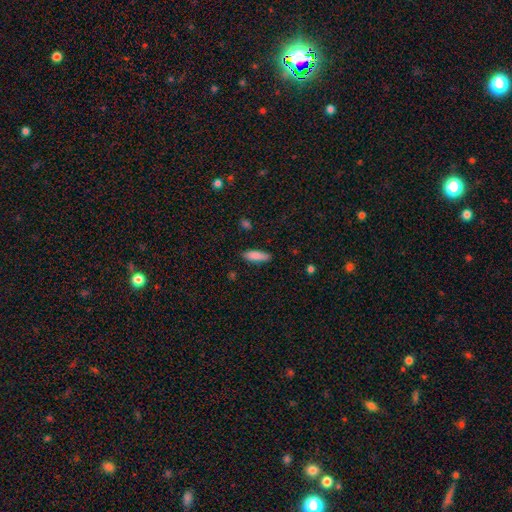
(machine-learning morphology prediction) Overall: smooth (86%). How rounded: cigar-shaped (54%; in between 44%). Merging: none (85%).